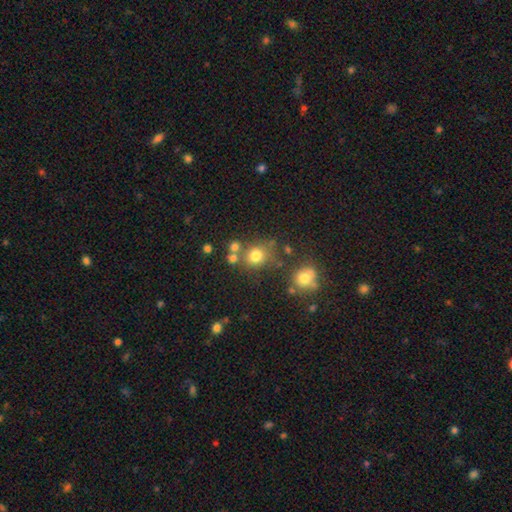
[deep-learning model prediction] Smooth or featured? Predicted: smooth (p=0.74). How rounded? Predicted: round (p=0.82). Merging? Predicted: none (p=0.65).